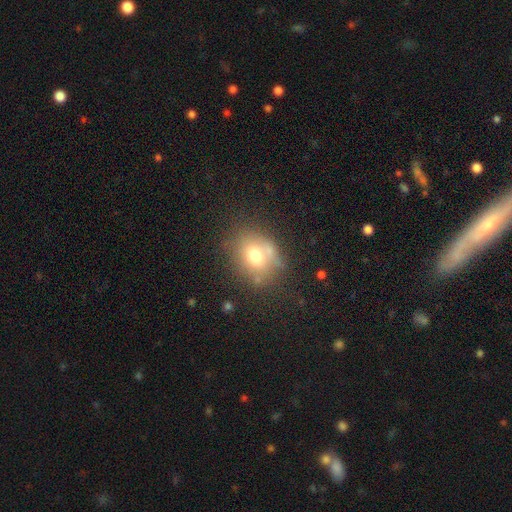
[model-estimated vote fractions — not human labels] smooth-or-featured: smooth: 70% | featured or disk: 18% | star or artifact: 13%
  how-rounded: round: 56% | in between: 43% | cigar-shaped: 1%
  merging: none: 62% | minor disturbance: 20% | merger: 10% | major disturbance: 8%